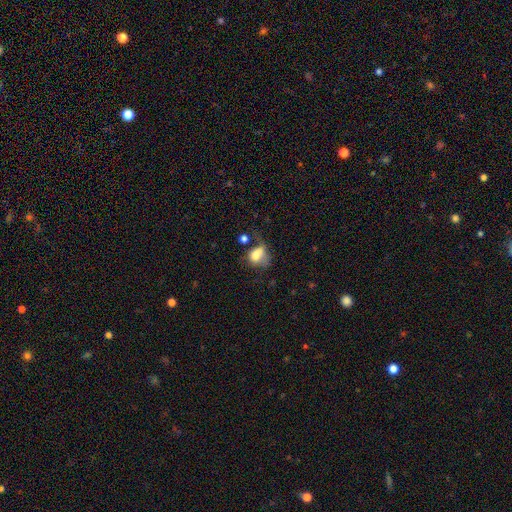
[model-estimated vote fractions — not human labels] Morphology: type=smooth (67%); roundness=in between (58%); merging=major disturbance (37%).